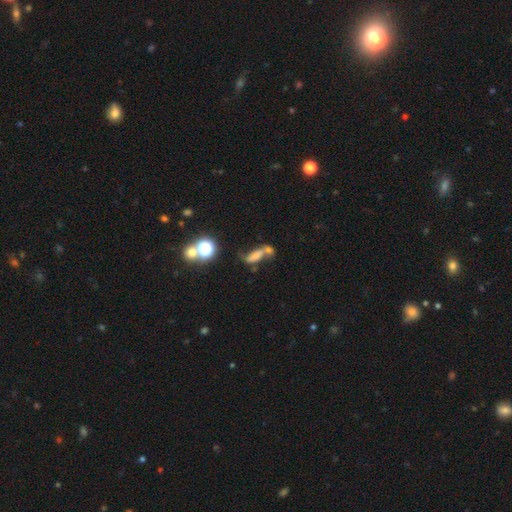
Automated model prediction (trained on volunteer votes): Overall: smooth (51%; featured or disk 29%). How rounded: in between (56%; cigar-shaped 33%). Merging: merger (44%; none 28%).